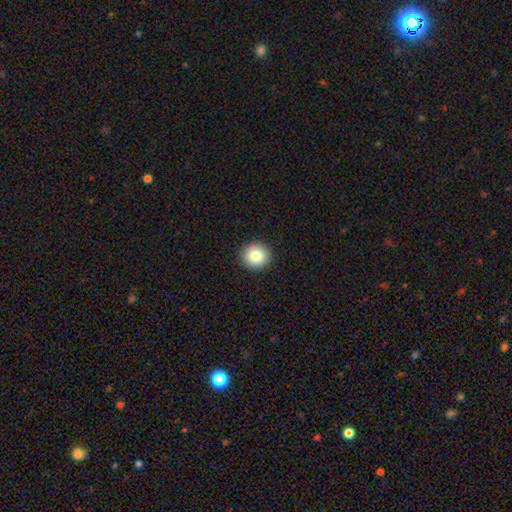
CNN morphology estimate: Smooth or featured: smooth — 81% (star or artifact — 10%)
How rounded: round — 93% (in between — 6%)
Merging: none — 92% (minor disturbance — 5%)